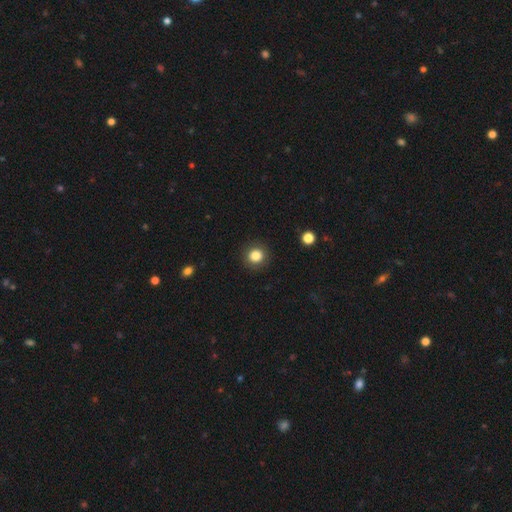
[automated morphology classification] Smooth or featured? smooth (84%)
How rounded? round (92%)
Merging? none (90%)